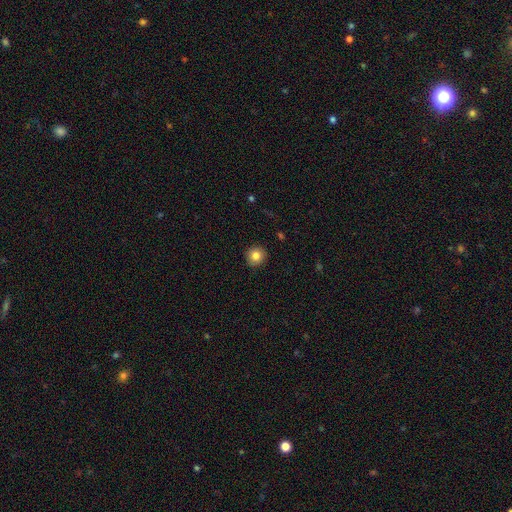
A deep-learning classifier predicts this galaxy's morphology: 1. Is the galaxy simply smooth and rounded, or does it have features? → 83% smooth, 10% star or artifact, 7% featured or disk.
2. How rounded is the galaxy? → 92% round, 7% in between, 1% cigar-shaped.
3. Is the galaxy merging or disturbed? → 92% none, 6% minor disturbance, 2% major disturbance, 1% merger.